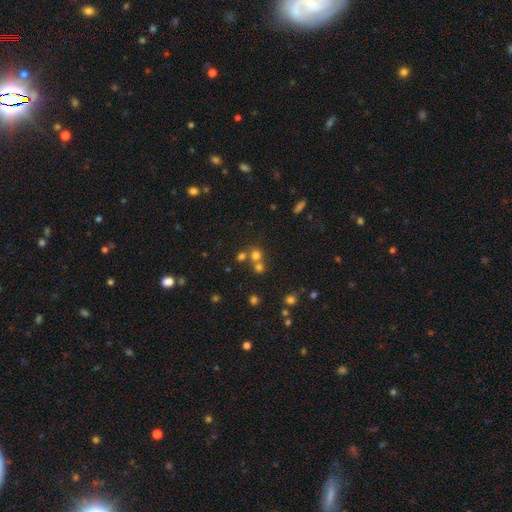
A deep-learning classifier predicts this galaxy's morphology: A smooth galaxy with no disk features (66%) that is round (84%).

Vote fractions:
- Smooth or featured? smooth: 66% / star or artifact: 23% / featured or disk: 12%
- How rounded? round: 84% / in between: 15% / cigar-shaped: 1%
- Merging? none: 49% / merger: 41% / minor disturbance: 6% / major disturbance: 3%